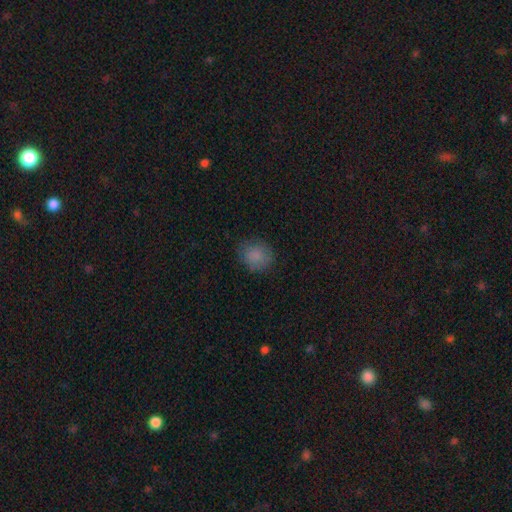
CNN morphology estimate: Smooth or featured? Predicted: smooth (p=0.83). How rounded? Predicted: round (p=0.76). Merging? Predicted: none (p=0.76).